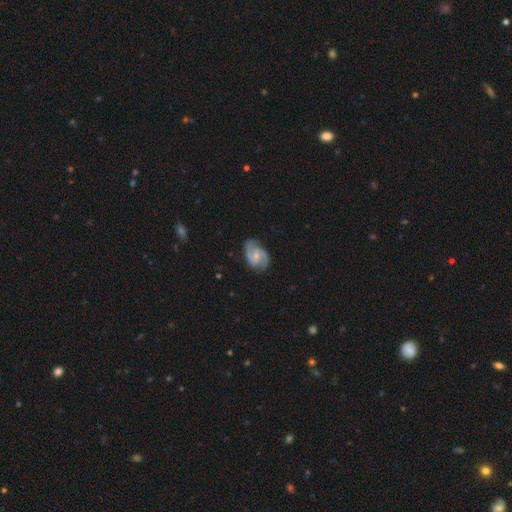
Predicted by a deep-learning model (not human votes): The model was most divided on "bar": no: 53%, weak: 40%, strong: 7%. More confident: edge-on disk — no (97%); spiral arms — yes (96%); spiral arm count — 2 (84%); smooth or featured — featured or disk (80%); merging — none (76%); bulge size — small (59%); spiral winding — medium (51%).